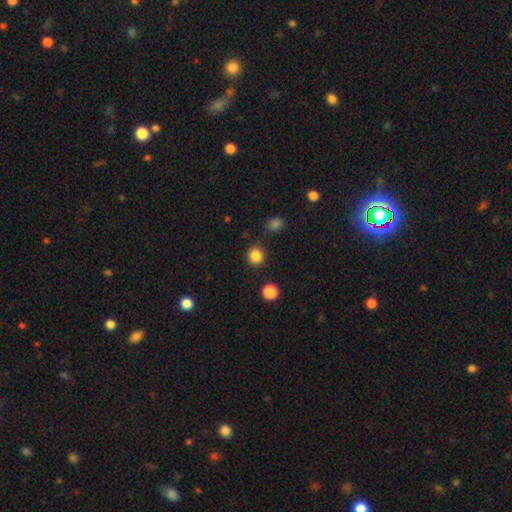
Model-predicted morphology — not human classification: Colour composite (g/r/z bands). It shows a smooth galaxy with no disk features (85%) that is round (91%). Merging: none (89%).